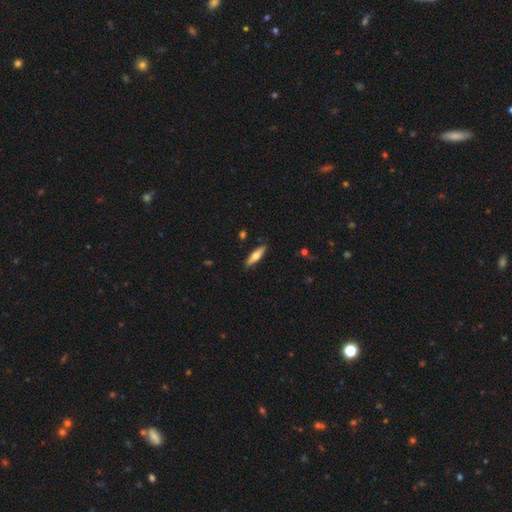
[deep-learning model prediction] smooth_or_featured: smooth (p=0.60) [alt: featured or disk p=0.34]
how_rounded: cigar-shaped (p=0.70) [alt: in between p=0.28]
merging: none (p=0.88) [alt: minor disturbance p=0.08]